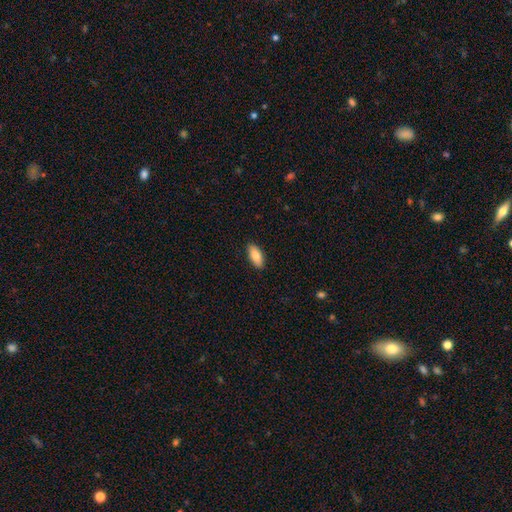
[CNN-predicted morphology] smooth 84%, featured or disk 10%, star or artifact 6%. Down the decision tree: how rounded — in between (85%); merging — none (89%).